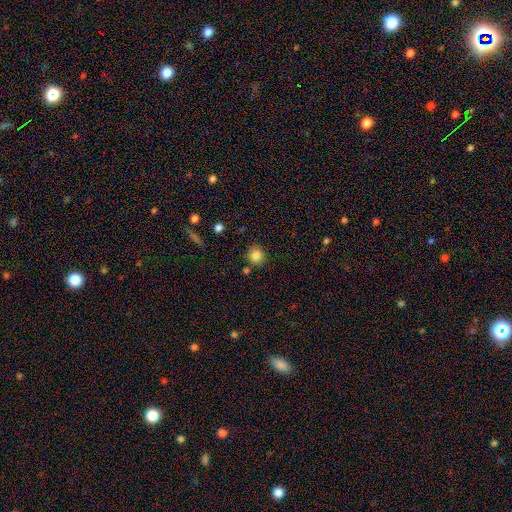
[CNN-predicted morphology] This is clearly a smooth galaxy (84%). How rounded: clearly round (87%). Merging: clearly none (82%).